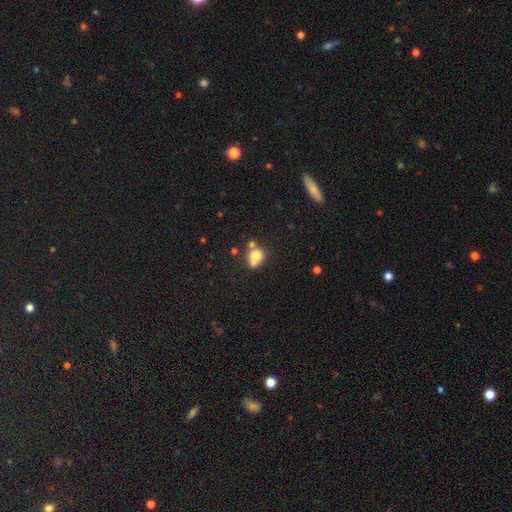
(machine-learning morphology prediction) A smooth galaxy with no disk features (71%) that is round (76%).

Vote fractions:
- Smooth or featured? smooth: 71% / featured or disk: 17% / star or artifact: 12%
- How rounded? round: 76% / in between: 23% / cigar-shaped: 1%
- Merging? none: 42% / merger: 40% / minor disturbance: 12% / major disturbance: 5%